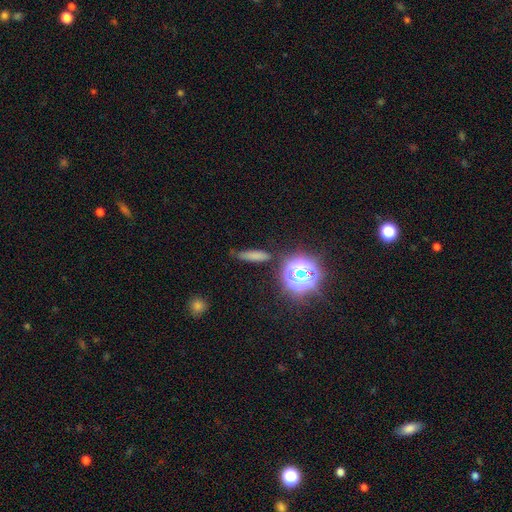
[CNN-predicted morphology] smooth 69%, star or artifact 18%, featured or disk 14%. Down the decision tree: how rounded — cigar-shaped (65%); merging — none (75%).